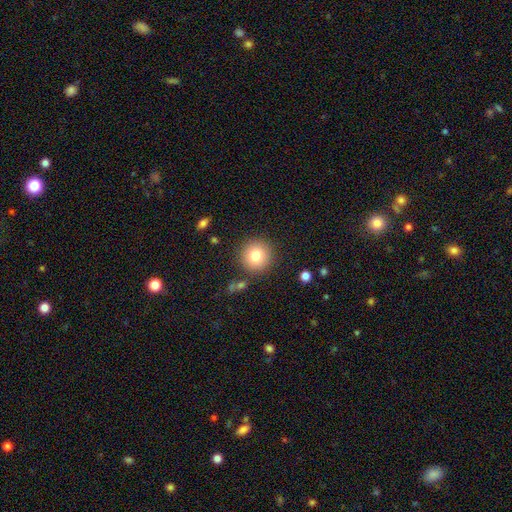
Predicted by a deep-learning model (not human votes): smooth 79%, star or artifact 11%, featured or disk 10%. Down the decision tree: how rounded — round (94%); merging — none (87%).